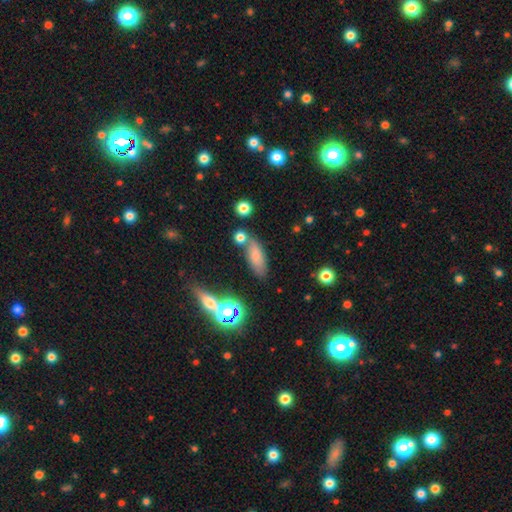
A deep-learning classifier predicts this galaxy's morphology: A smooth galaxy with no disk features (73%) that is in between round and cigar-shaped (68%).

Vote fractions:
- Smooth or featured? smooth: 73% / featured or disk: 15% / star or artifact: 12%
- How rounded? in between: 68% / cigar-shaped: 27% / round: 5%
- Merging? none: 60% / minor disturbance: 17% / merger: 16% / major disturbance: 6%